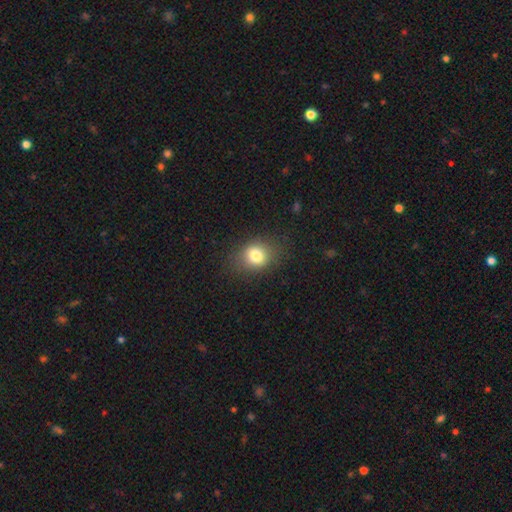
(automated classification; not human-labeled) A smooth galaxy with no disk features (79%) that is round (54%).

Vote fractions:
- Smooth or featured? smooth: 79% / star or artifact: 12% / featured or disk: 10%
- How rounded? round: 54% / in between: 45% / cigar-shaped: 1%
- Merging? none: 82% / minor disturbance: 12% / major disturbance: 5% / merger: 1%